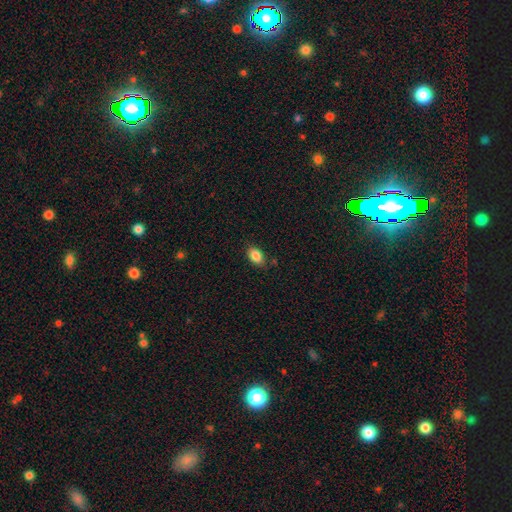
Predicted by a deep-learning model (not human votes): smooth_or_featured: smooth (p=0.86) [alt: star or artifact p=0.08]
how_rounded: in between (p=0.86) [alt: round p=0.13]
merging: none (p=0.82) [alt: minor disturbance p=0.14]